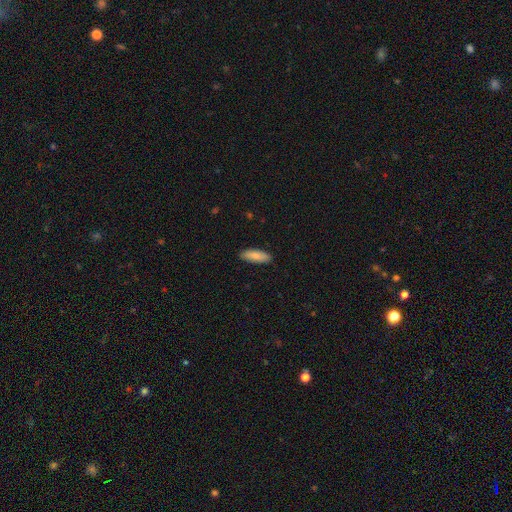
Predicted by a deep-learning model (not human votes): A smooth galaxy with no disk features (82%) that is in between round and cigar-shaped (63%). Merging: none (88%).